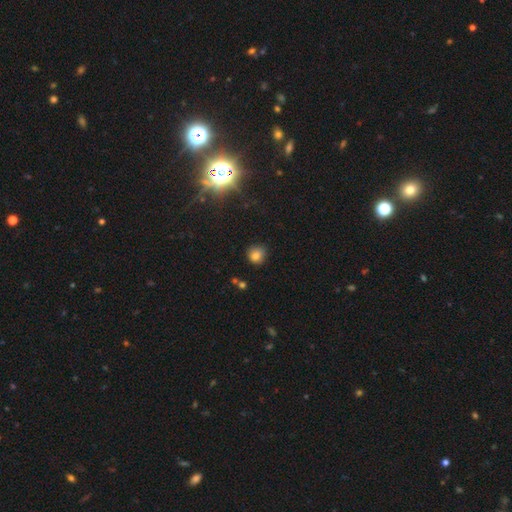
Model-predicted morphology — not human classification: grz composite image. It shows a smooth galaxy with no disk features (78%) that is round (89%). Merging: none (83%).